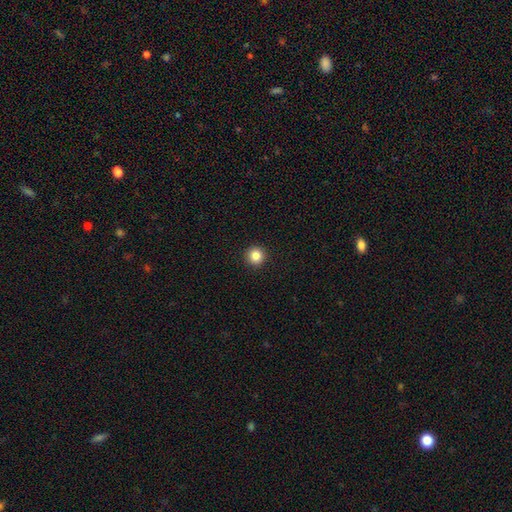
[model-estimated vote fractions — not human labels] smooth-or-featured: smooth: 85% | star or artifact: 11% | featured or disk: 4%
  how-rounded: round: 95% | in between: 4% | cigar-shaped: 1%
  merging: none: 94% | minor disturbance: 4% | major disturbance: 1% | merger: 1%